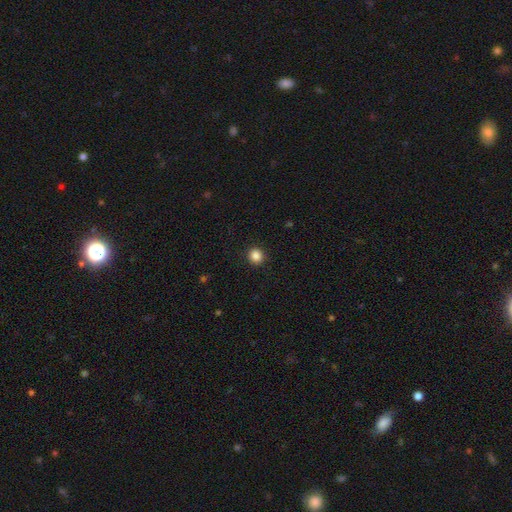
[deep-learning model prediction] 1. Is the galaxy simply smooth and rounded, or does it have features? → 86% smooth, 11% star or artifact, 3% featured or disk.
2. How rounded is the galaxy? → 88% round, 12% in between, 1% cigar-shaped.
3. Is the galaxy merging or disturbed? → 92% none, 6% minor disturbance, 2% major disturbance, 1% merger.